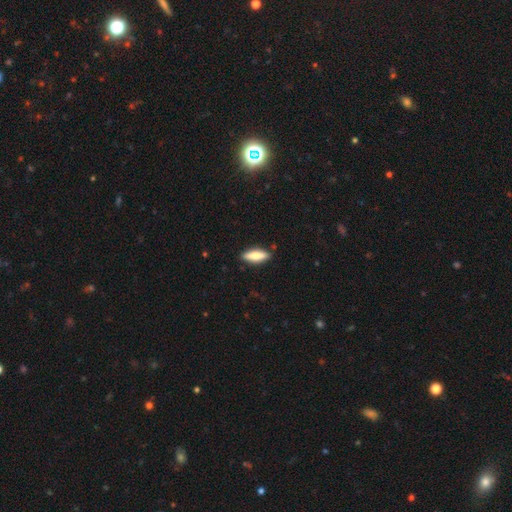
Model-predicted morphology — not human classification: Smooth or featured: smooth — 73% (featured or disk — 22%)
How rounded: in between — 53% (cigar-shaped — 45%)
Merging: none — 88% (minor disturbance — 9%)